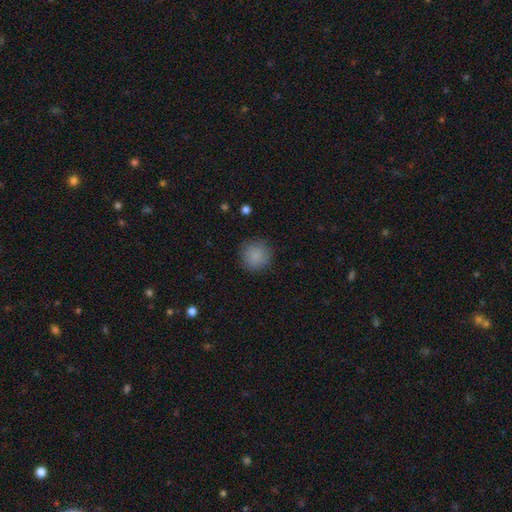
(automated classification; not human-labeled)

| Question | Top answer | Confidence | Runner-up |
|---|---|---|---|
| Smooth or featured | smooth | 87% | star or artifact (9%) |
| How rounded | round | 92% | in between (7%) |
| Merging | none | 86% | minor disturbance (9%) |